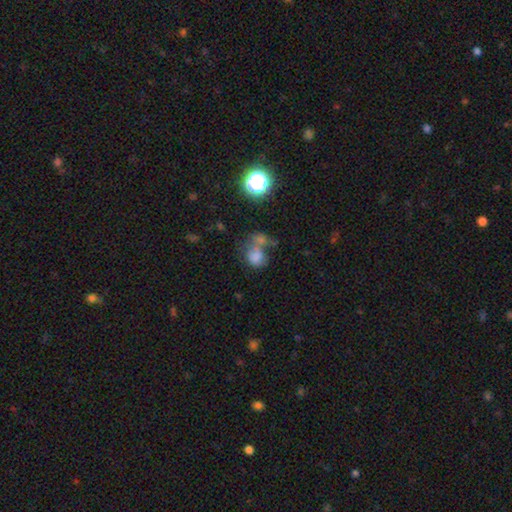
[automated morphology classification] Smooth or featured? Predicted: smooth (p=0.70). How rounded? Predicted: round (p=0.52). Merging? Predicted: merger (p=0.48).